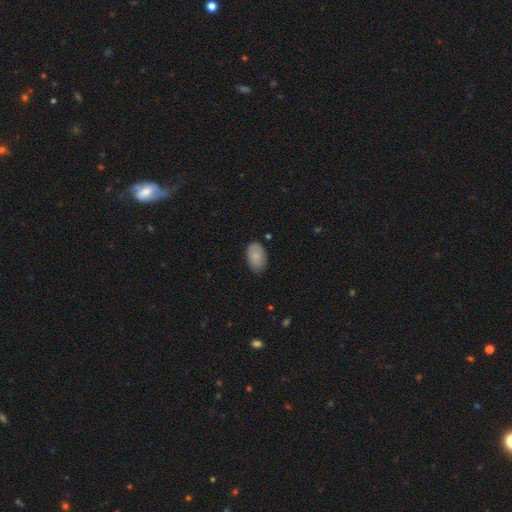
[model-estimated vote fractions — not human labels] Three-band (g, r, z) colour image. It shows a smooth galaxy with no disk features (85%) that is in between round and cigar-shaped (92%). Merging: none (79%).